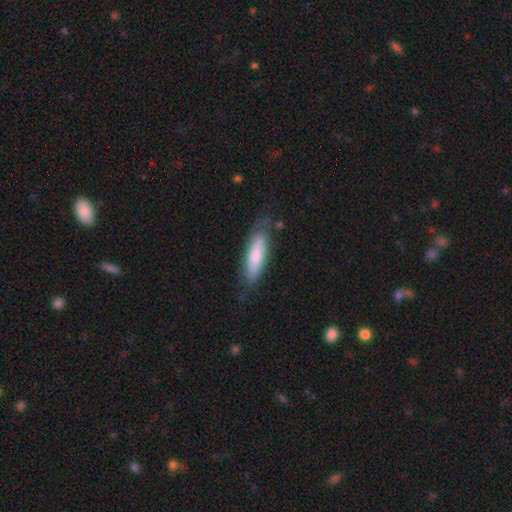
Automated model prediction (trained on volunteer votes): Smooth or featured?
  - smooth: 75% *
  - featured or disk: 20%
  - star or artifact: 5%
How rounded?
  - cigar-shaped: 56% *
  - in between: 43%
  - round: 2%
Merging?
  - none: 71% *
  - minor disturbance: 21%
  - major disturbance: 6%
  - merger: 2%